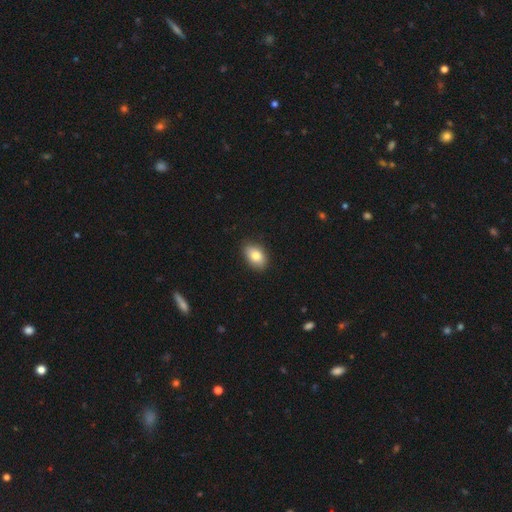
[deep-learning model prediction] A smooth galaxy with no disk features (82%) that is in between round and cigar-shaped (88%).

Vote fractions:
- Smooth or featured? smooth: 82% / featured or disk: 11% / star or artifact: 8%
- How rounded? in between: 88% / round: 11% / cigar-shaped: 1%
- Merging? none: 87% / minor disturbance: 10% / major disturbance: 2% / merger: 1%